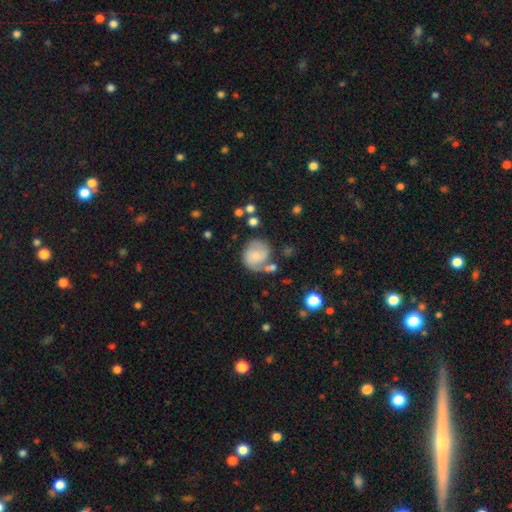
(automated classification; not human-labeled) This is possibly a featured or disk galaxy (51%). It is clearly not viewed edge-on (98%). Merging: possibly none (50%).